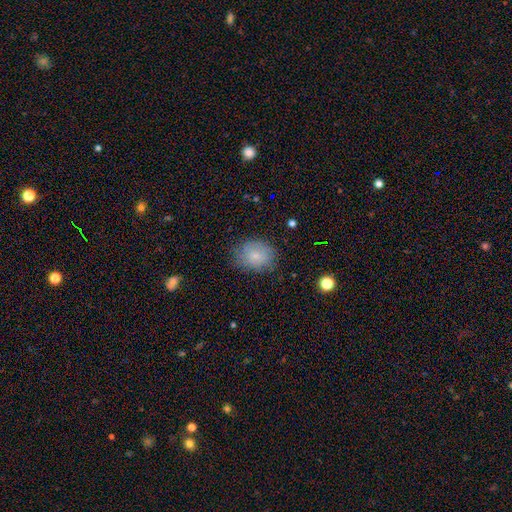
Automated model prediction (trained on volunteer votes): Smooth or featured? smooth (74%)
How rounded? in between (56%)
Merging? none (74%)